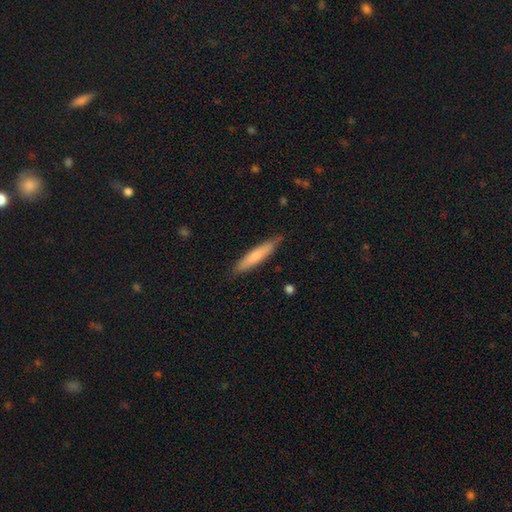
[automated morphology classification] Overall: smooth (72%). How rounded: cigar-shaped (88%). Merging: none (84%).